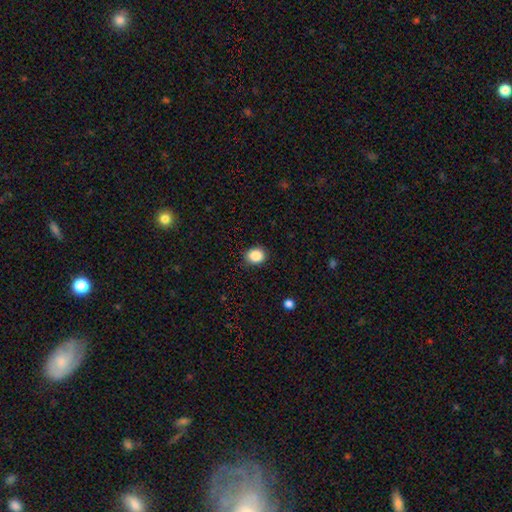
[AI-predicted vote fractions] The model was most divided on "how rounded": round: 66%, in between: 33%, cigar-shaped: 1%. More confident: merging — none (88%); smooth or featured — smooth (88%).